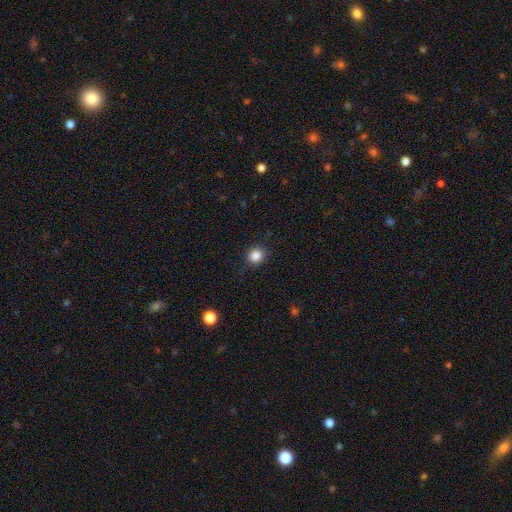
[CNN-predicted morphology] Smooth or featured? smooth (86%)
How rounded? round (89%)
Merging? none (88%)